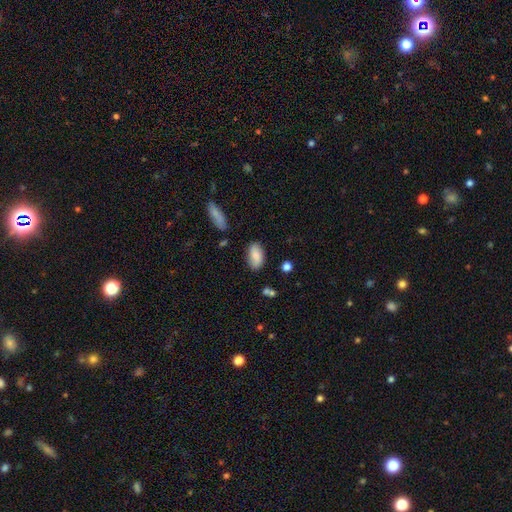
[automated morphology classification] A smooth galaxy with no disk features (84%) that is in between round and cigar-shaped (93%).

Vote fractions:
- Smooth or featured? smooth: 84% / featured or disk: 9% / star or artifact: 7%
- How rounded? in between: 93% / round: 4% / cigar-shaped: 3%
- Merging? none: 78% / minor disturbance: 16% / merger: 3% / major disturbance: 3%